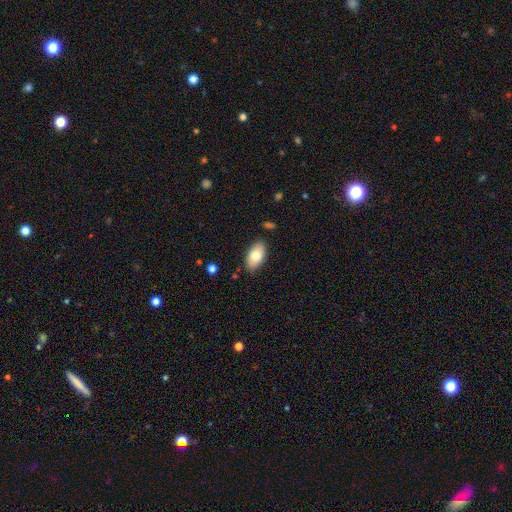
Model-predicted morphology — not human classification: Smooth or featured: smooth — 78% (featured or disk — 15%)
How rounded: in between — 94% (round — 3%)
Merging: none — 84% (minor disturbance — 12%)